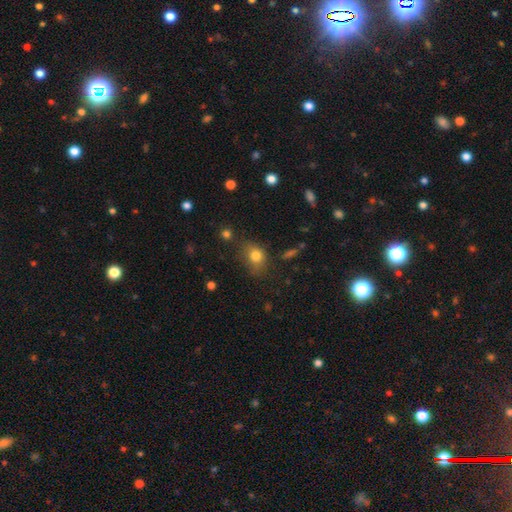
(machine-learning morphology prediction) Smooth or featured? smooth (79%)
How rounded? round (51%)
Merging? none (62%)